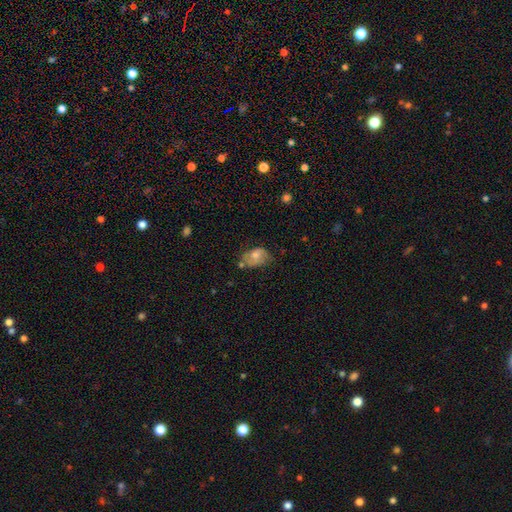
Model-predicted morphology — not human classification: type=smooth (61%); roundness=in between (84%); merging=none (45%).